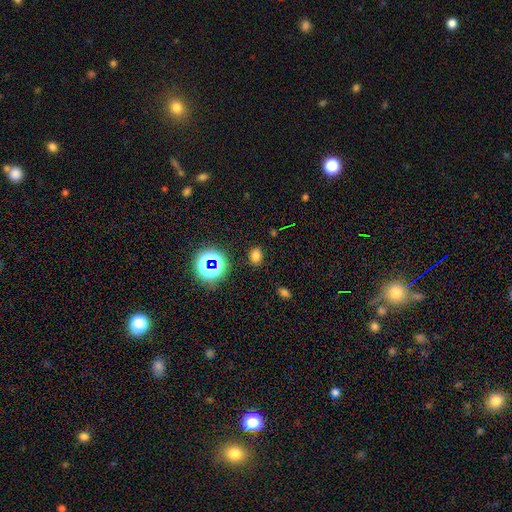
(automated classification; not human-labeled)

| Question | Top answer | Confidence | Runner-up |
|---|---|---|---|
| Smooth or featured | smooth | 71% | star or artifact (23%) |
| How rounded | in between | 59% | round (40%) |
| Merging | none | 86% | minor disturbance (9%) |